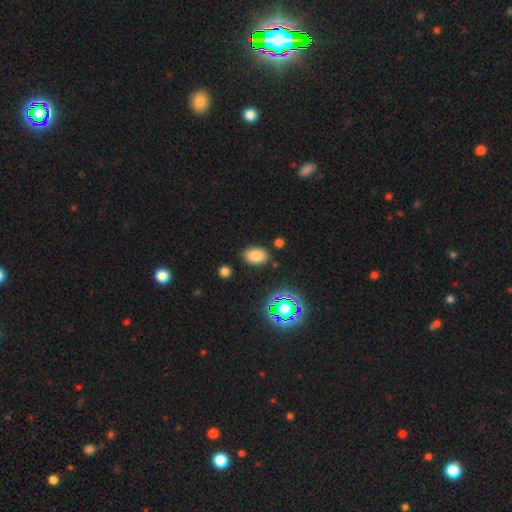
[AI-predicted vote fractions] Smooth or featured? Predicted: smooth (p=0.80). How rounded? Predicted: in between (p=0.90). Merging? Predicted: none (p=0.85).